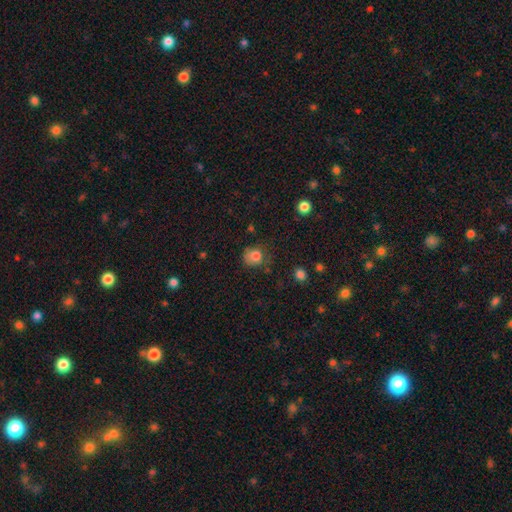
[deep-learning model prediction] Smooth or featured: smooth — 79% (star or artifact — 12%)
How rounded: round — 74% (in between — 25%)
Merging: none — 59% (minor disturbance — 27%)